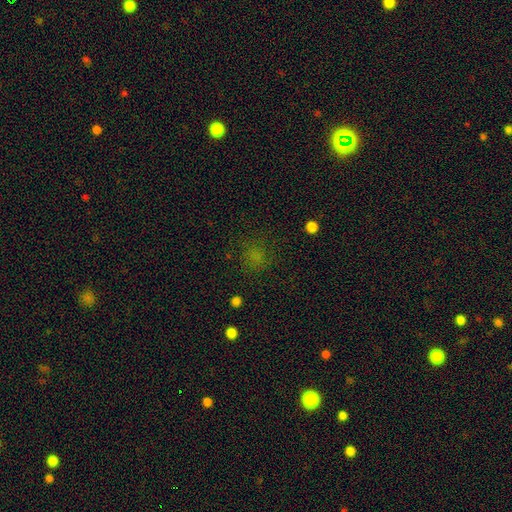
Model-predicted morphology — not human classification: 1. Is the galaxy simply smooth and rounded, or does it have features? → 65% smooth, 27% star or artifact, 8% featured or disk.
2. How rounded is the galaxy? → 82% round, 17% in between, 1% cigar-shaped.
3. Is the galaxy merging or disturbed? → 76% none, 14% minor disturbance, 8% major disturbance, 2% merger.